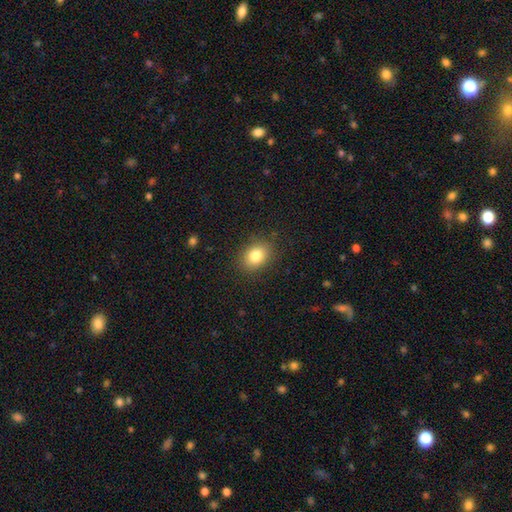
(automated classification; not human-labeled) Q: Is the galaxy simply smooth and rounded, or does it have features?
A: smooth — 82%.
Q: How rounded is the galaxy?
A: in between — 59%.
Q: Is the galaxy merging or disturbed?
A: none — 86%.